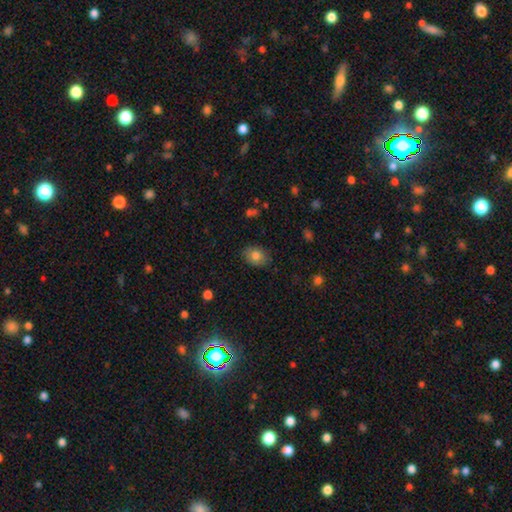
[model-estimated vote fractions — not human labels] This is clearly a smooth galaxy (81%). How rounded: likely in between (73%). Merging: clearly none (85%).